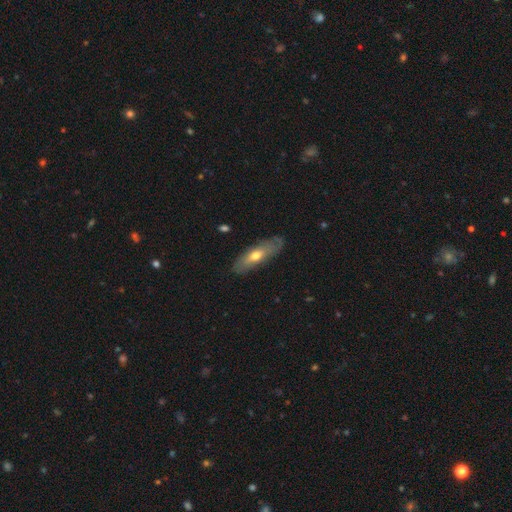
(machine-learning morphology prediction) smooth 53%, featured or disk 41%, star or artifact 6%. Down the decision tree: how rounded — in between (49%, tied with cigar-shaped); merging — none (76%).